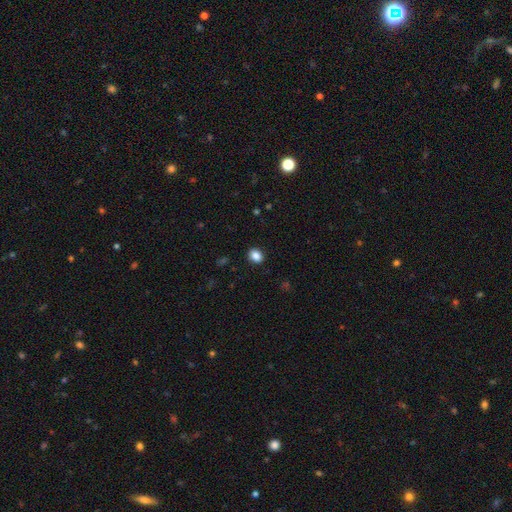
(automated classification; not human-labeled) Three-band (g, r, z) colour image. It shows a smooth galaxy with no disk features (87%) that is in between round and cigar-shaped (55%). Merging: none (90%).